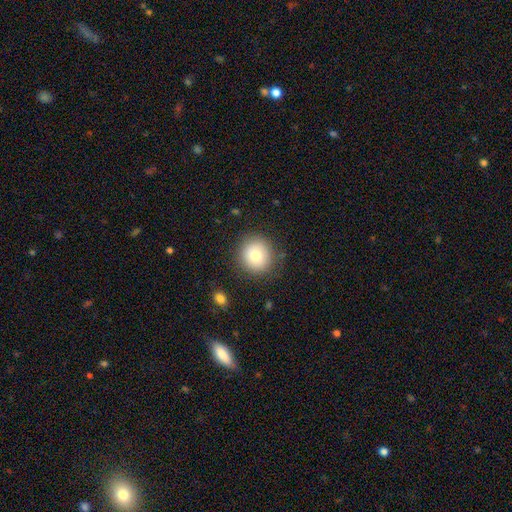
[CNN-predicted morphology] type=smooth (76%); roundness=round (92%); merging=none (85%).